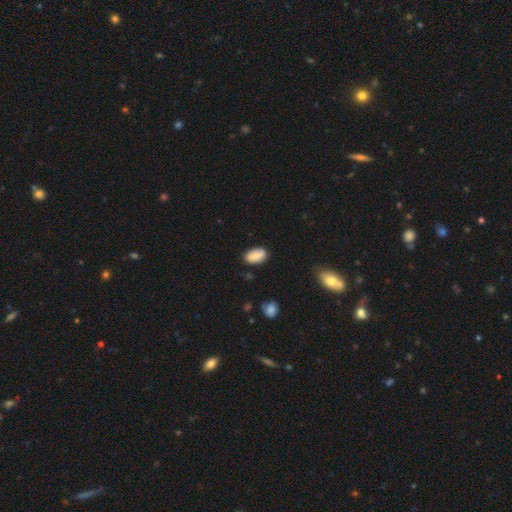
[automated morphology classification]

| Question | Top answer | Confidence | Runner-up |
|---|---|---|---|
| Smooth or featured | smooth | 72% | featured or disk (21%) |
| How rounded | in between | 91% | round (6%) |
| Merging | none | 81% | minor disturbance (14%) |